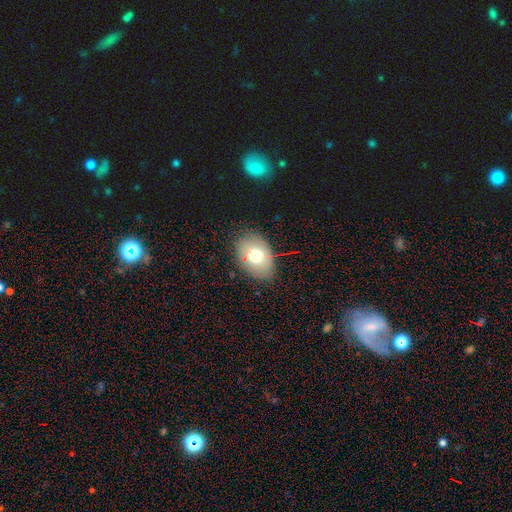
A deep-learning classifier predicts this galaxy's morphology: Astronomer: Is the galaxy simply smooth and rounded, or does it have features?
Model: smooth — 70%.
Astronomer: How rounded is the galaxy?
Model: in between — 76%.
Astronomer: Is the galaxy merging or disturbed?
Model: none — 79%.